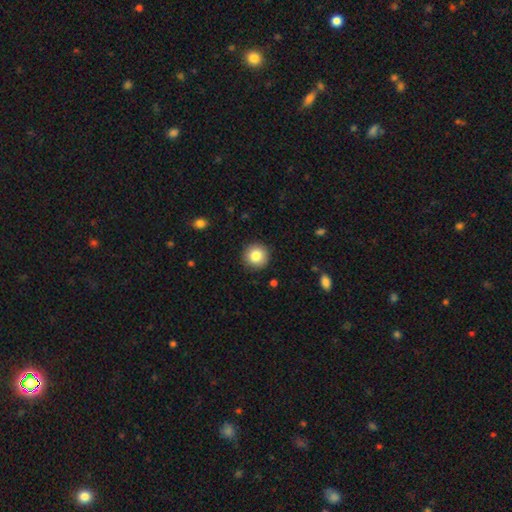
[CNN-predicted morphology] This is clearly a smooth galaxy (83%). How rounded: clearly round (94%). Merging: clearly none (91%).